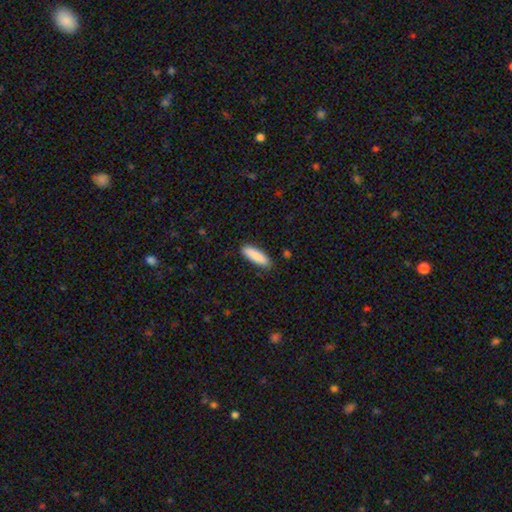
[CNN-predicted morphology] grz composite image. It shows a smooth galaxy with no disk features (89%) that is cigar-shaped (53%). Merging: none (87%).